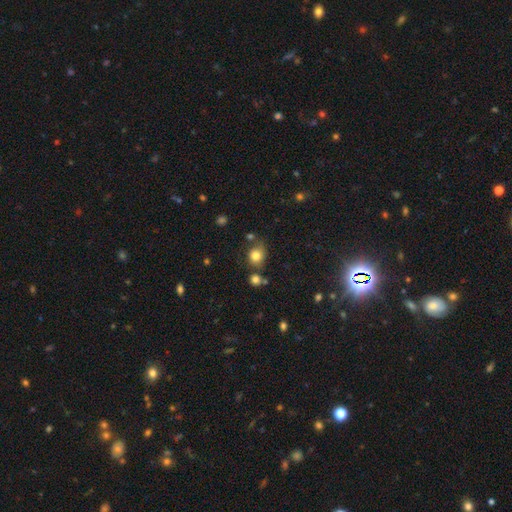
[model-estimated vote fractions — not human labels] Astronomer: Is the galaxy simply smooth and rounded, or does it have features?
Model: smooth — 81%.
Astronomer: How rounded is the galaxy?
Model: round — 78%.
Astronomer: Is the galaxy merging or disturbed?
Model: none — 65%.